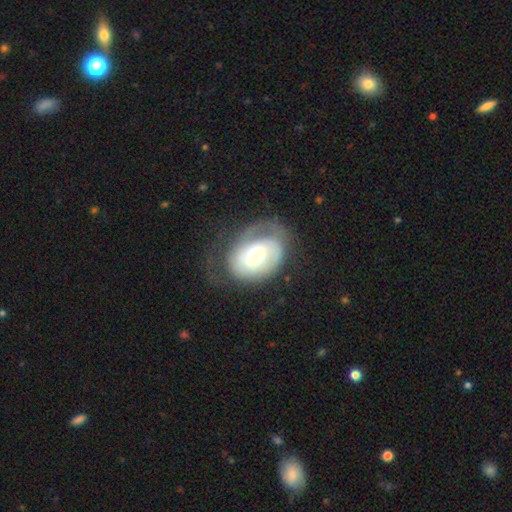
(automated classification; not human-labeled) Overall: featured or disk (65%; smooth 28%). Edge-on disk: no (96%). Bar: no (47%; weak 39%). Spiral arms: yes (75%). Bulge size: moderate (54%; large 33%). Merging: none (49%; major disturbance 25%).